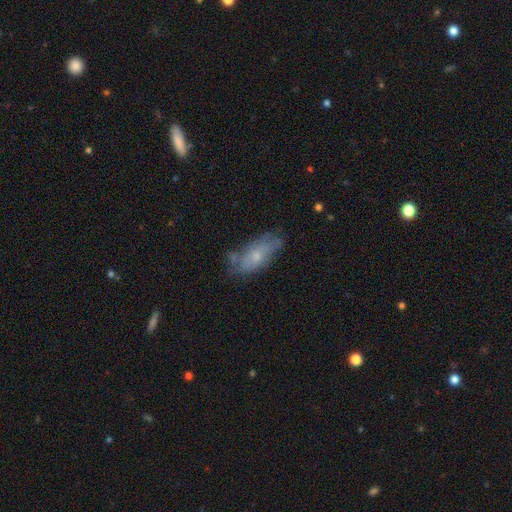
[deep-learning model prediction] A smooth galaxy with no disk features (52%) that is in between round and cigar-shaped (79%). Merging: none (56%).